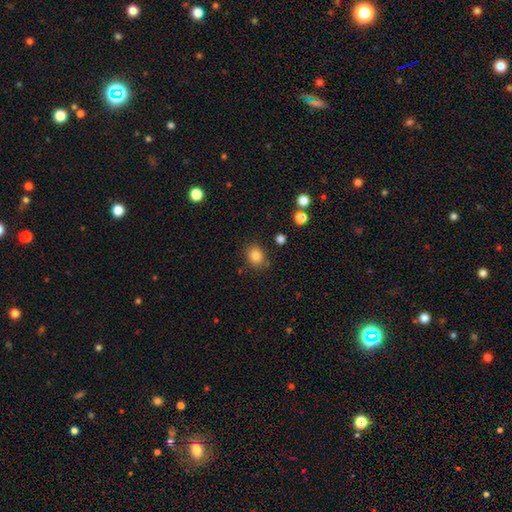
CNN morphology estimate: Smooth or featured? smooth (84%)
How rounded? round (54%)
Merging? none (81%)